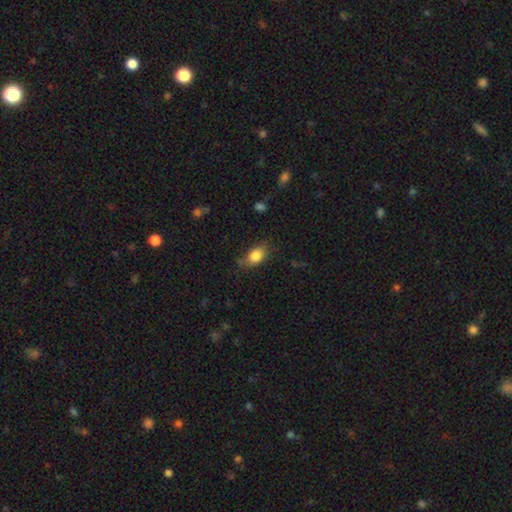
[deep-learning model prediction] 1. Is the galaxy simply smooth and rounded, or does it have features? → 83% smooth, 9% featured or disk, 8% star or artifact.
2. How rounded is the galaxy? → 80% in between, 17% round, 3% cigar-shaped.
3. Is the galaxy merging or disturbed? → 66% none, 25% minor disturbance, 7% major disturbance, 2% merger.